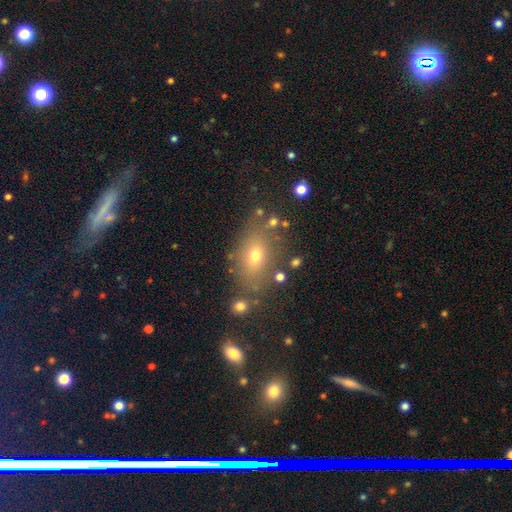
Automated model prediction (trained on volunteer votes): A smooth galaxy with no disk features (64%) that is in between round and cigar-shaped (76%).

Vote fractions:
- Smooth or featured? smooth: 64% / featured or disk: 19% / star or artifact: 17%
- How rounded? in between: 76% / round: 20% / cigar-shaped: 4%
- Merging? none: 74% / minor disturbance: 14% / merger: 6% / major disturbance: 6%